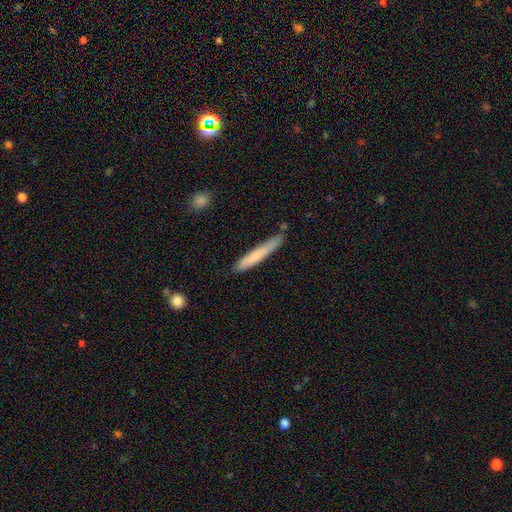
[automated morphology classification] Q: Smooth or featured?
A: smooth (69%); runner-up: featured or disk (25%)
Q: How rounded?
A: cigar-shaped (95%); runner-up: in between (4%)
Q: Merging?
A: none (76%); runner-up: minor disturbance (17%)